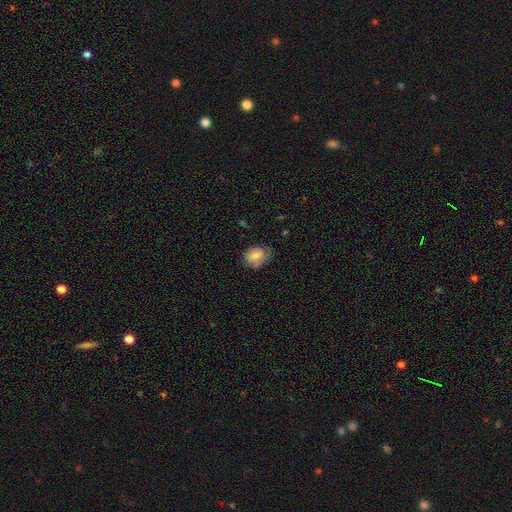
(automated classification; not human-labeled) Smooth or featured? smooth (74%)
How rounded? in between (69%)
Merging? none (58%)